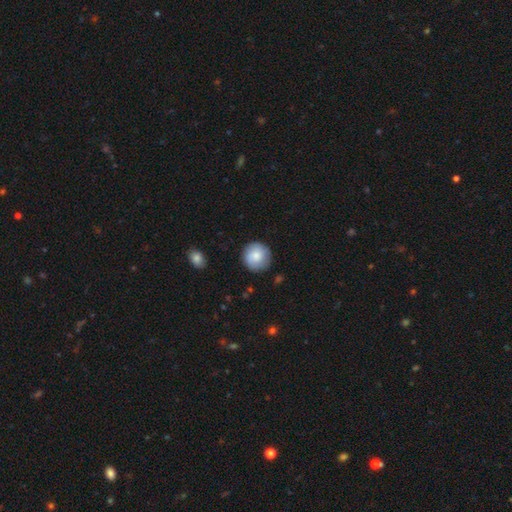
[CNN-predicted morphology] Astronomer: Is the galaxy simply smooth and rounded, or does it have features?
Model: smooth — 78%.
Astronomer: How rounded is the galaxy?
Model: round — 95%.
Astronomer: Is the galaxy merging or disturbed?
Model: none — 86%.